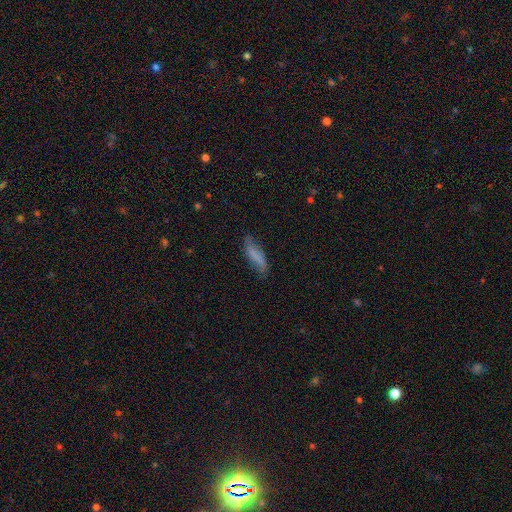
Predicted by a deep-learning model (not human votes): Smooth or featured? smooth (64%)
How rounded? cigar-shaped (57%)
Merging? none (63%)